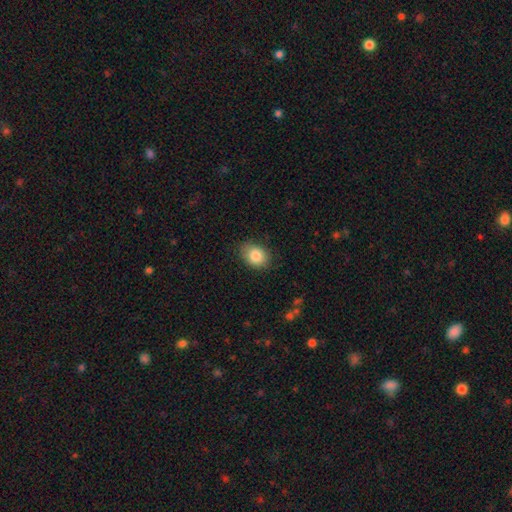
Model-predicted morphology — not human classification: Smooth or featured: smooth — 85% (star or artifact — 8%)
How rounded: in between — 66% (round — 33%)
Merging: none — 82% (minor disturbance — 14%)